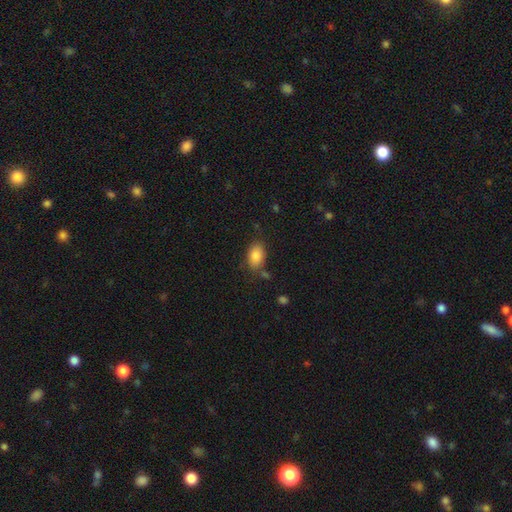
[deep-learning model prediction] This appears to be a smooth galaxy with no disk features (86%) that is in between round and cigar-shaped (88%). Merging: none (74%).